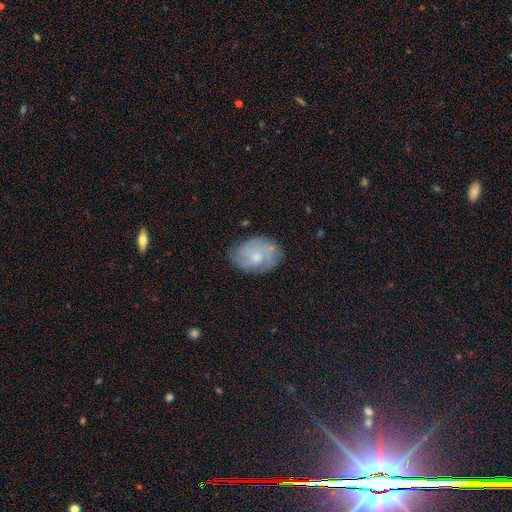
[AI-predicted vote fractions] Smooth or featured?
  - featured or disk: 52% *
  - smooth: 40%
  - star or artifact: 8%
Edge-on disk?
  - no: 97% *
  - yes: 3%
Bar?
  - no: 78% *
  - weak: 20%
  - strong: 2%
Spiral arms?
  - yes: 69% *
  - no: 31%
Bulge size?
  - moderate: 45% *
  - small: 42%
  - none: 8%
  - large: 4%
  - dominant: 1%
Merging?
  - none: 71% *
  - minor disturbance: 21%
  - major disturbance: 7%
  - merger: 2%